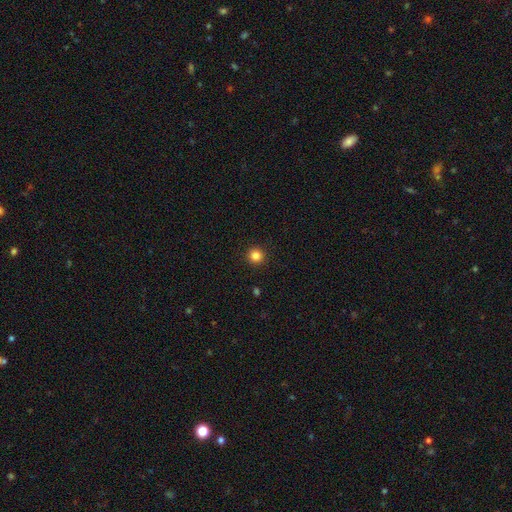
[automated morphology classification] smooth_or_featured: smooth (p=0.84) [alt: star or artifact p=0.12]
how_rounded: round (p=0.96) [alt: in between p=0.04]
merging: none (p=0.93) [alt: minor disturbance p=0.04]